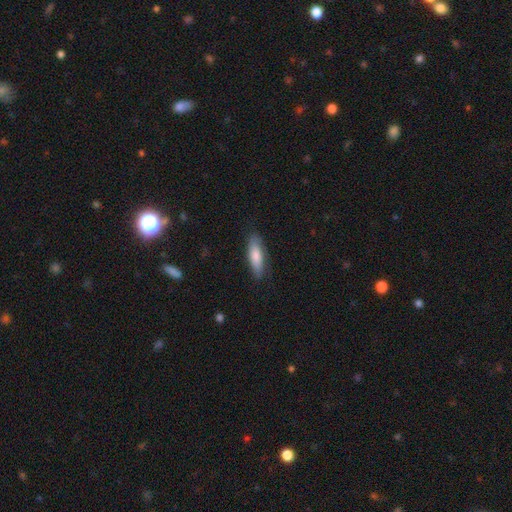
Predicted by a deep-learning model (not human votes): A smooth galaxy with no disk features (74%) that is cigar-shaped (58%).

Vote fractions:
- Smooth or featured? smooth: 74% / featured or disk: 19% / star or artifact: 7%
- How rounded? cigar-shaped: 58% / in between: 40% / round: 2%
- Merging? none: 84% / minor disturbance: 13% / major disturbance: 2% / merger: 1%